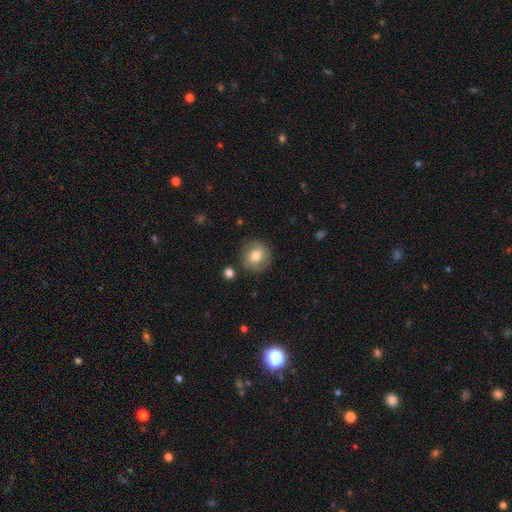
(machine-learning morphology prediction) Smooth or featured?
  - smooth: 75% *
  - featured or disk: 16%
  - star or artifact: 9%
How rounded?
  - round: 92% *
  - in between: 7%
  - cigar-shaped: 1%
Merging?
  - none: 86% *
  - minor disturbance: 9%
  - major disturbance: 3%
  - merger: 2%